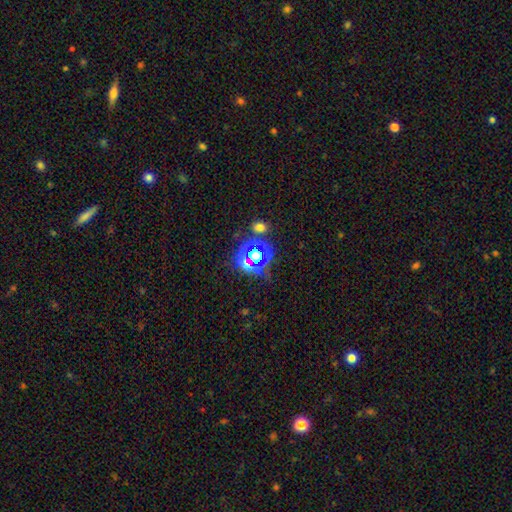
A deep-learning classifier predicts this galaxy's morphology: Smooth or featured? Predicted: star or artifact (p=0.59).